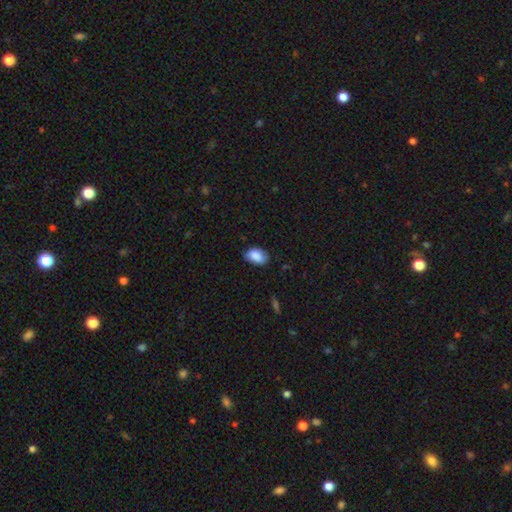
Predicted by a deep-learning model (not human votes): Q: Smooth or featured?
A: smooth (85%); runner-up: featured or disk (8%)
Q: How rounded?
A: in between (88%); runner-up: round (11%)
Q: Merging?
A: none (74%); runner-up: minor disturbance (21%)